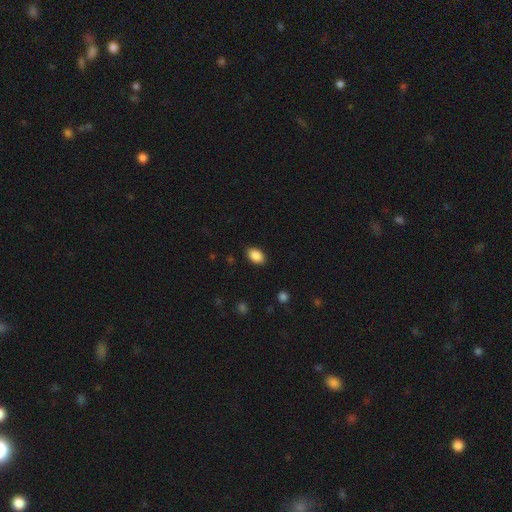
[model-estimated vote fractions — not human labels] A smooth galaxy with no disk features (89%) that is in between round and cigar-shaped (88%).

Vote fractions:
- Smooth or featured? smooth: 89% / star or artifact: 8% / featured or disk: 3%
- How rounded? in between: 88% / round: 11% / cigar-shaped: 1%
- Merging? none: 88% / minor disturbance: 9% / major disturbance: 2% / merger: 1%